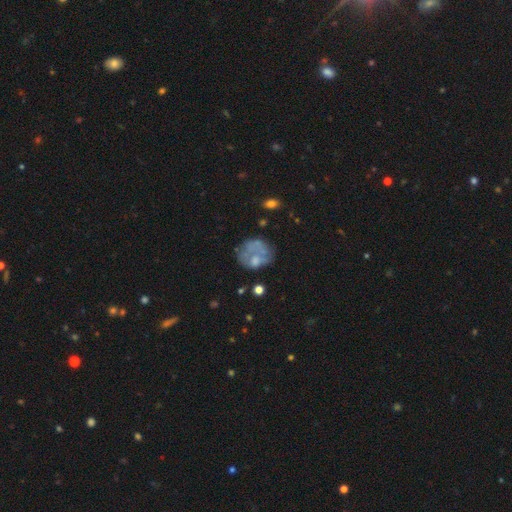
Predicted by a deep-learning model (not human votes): Smooth or featured? Predicted: featured or disk (p=0.47). Merging? Predicted: none (p=0.45).